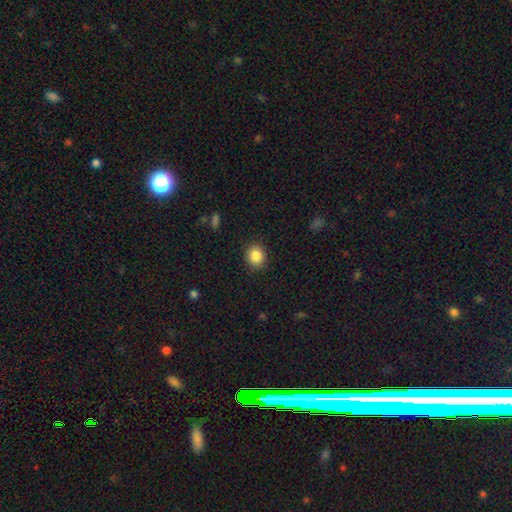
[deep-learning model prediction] A smooth galaxy with no disk features (87%) that is round (75%). Merging: none (89%).